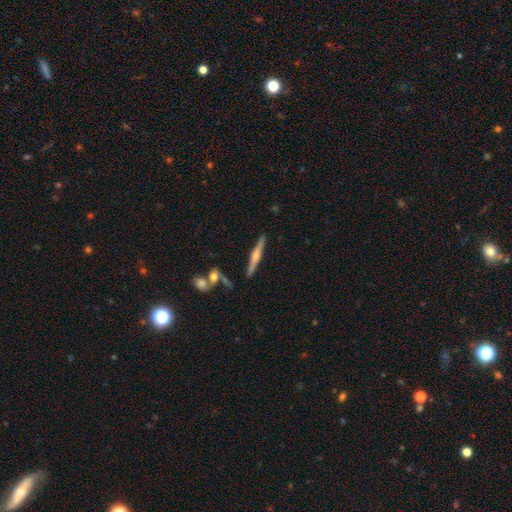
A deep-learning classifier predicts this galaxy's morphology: smooth-or-featured: featured or disk: 66% | smooth: 28% | star or artifact: 6%
  disk-edge-on: yes: 98% | no: 2%
    edge-on-bulge: rounded: 87% | none: 8% | boxy: 6%
  merging: none: 88% | minor disturbance: 7% | merger: 3% | major disturbance: 2%